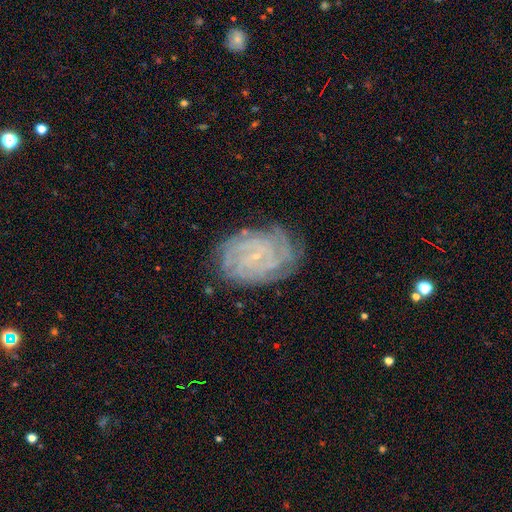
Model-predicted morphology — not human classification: Smooth or featured: featured or disk — 81% (star or artifact — 10%)
Edge-on disk: no — 97% (yes — 3%)
Bar: no — 54% (weak — 35%)
Spiral arms: yes — 98% (no — 2%)
Spiral winding: tight — 82% (medium — 15%)
Spiral arm count: can't tell — 27% (4 — 21%)
Bulge size: small — 85% (moderate — 7%)
Merging: none — 80% (minor disturbance — 15%)